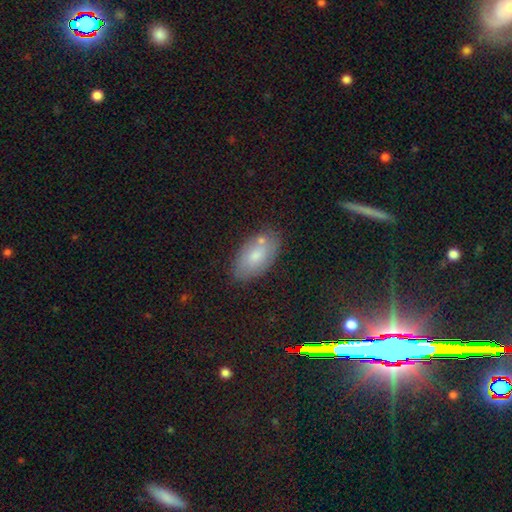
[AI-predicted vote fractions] Morphology: type=smooth (70%); roundness=in between (93%); merging=none (74%).